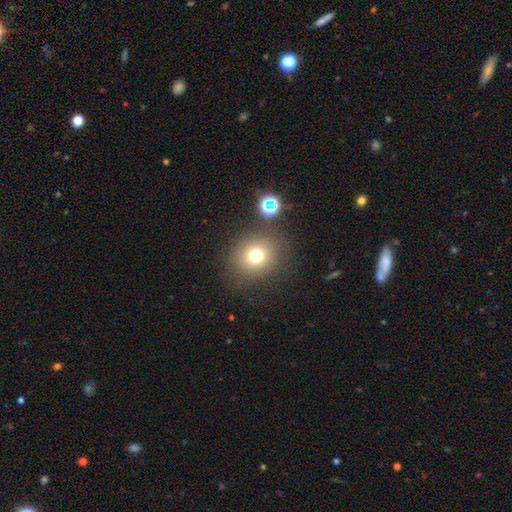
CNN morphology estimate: This is likely a smooth galaxy (73%). How rounded: likely round (80%). Merging: clearly none (81%).